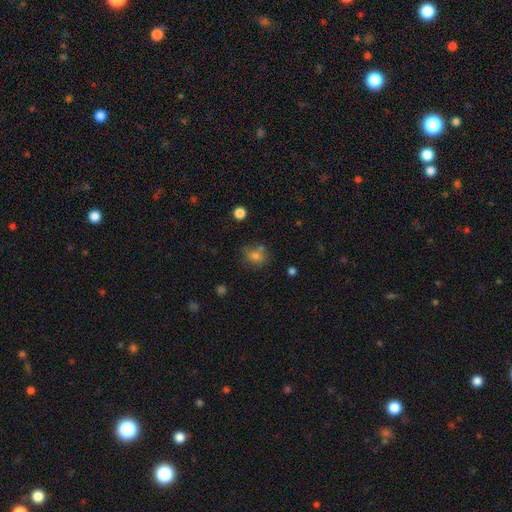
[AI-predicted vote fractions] The model was most divided on "how rounded": round: 65%, in between: 33%, cigar-shaped: 1%. More confident: smooth or featured — smooth (74%); merging — none (62%).